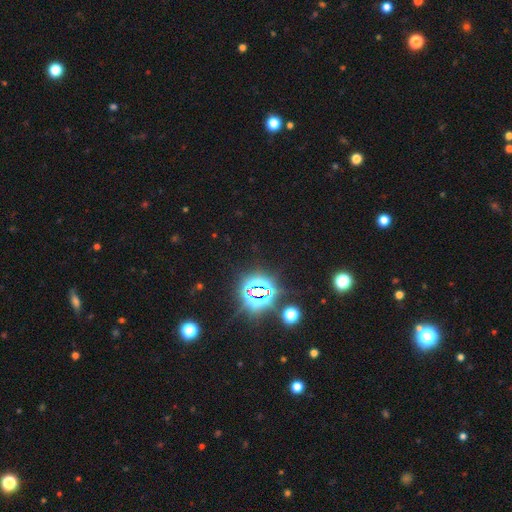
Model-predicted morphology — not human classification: Q: Smooth or featured?
A: star or artifact (81%); runner-up: smooth (12%)